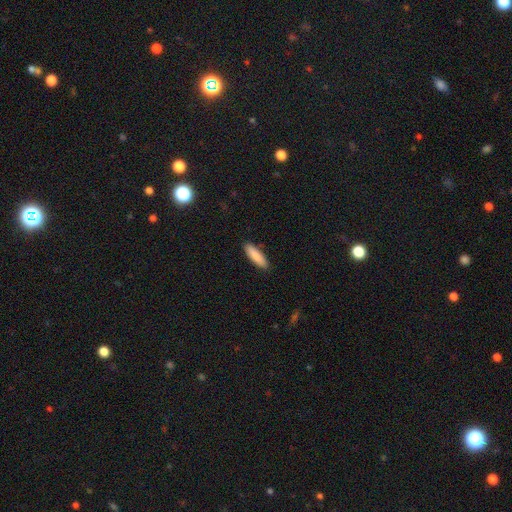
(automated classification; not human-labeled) Q: Smooth or featured?
A: smooth (86%); runner-up: featured or disk (8%)
Q: How rounded?
A: cigar-shaped (54%); runner-up: in between (45%)
Q: Merging?
A: none (89%); runner-up: minor disturbance (8%)